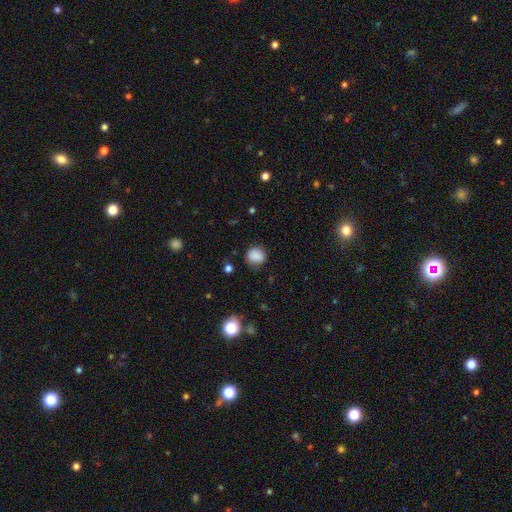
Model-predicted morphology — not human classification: smooth 85%, star or artifact 10%, featured or disk 5%. Down the decision tree: how rounded — round (78%); merging — none (80%).